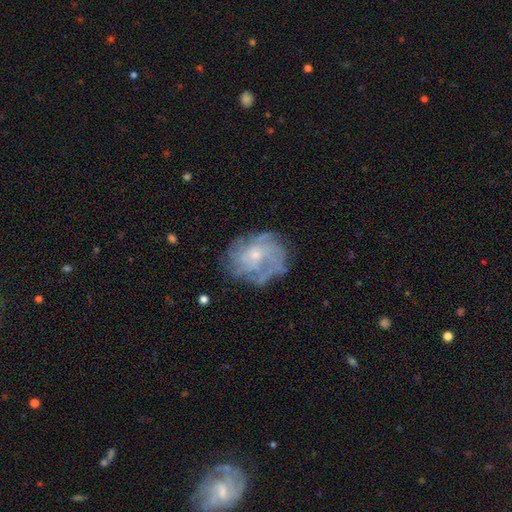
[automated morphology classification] A featured or disk galaxy (73%) with no bar (79%), tight (50%) spiral arms (79%) and a small central bulge (69%). Merging: none (66%).